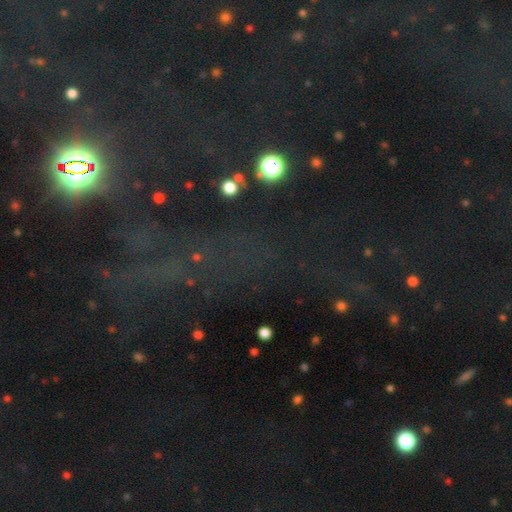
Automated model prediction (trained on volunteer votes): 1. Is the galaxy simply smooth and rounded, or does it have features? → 74% star or artifact, 16% smooth, 11% featured or disk.